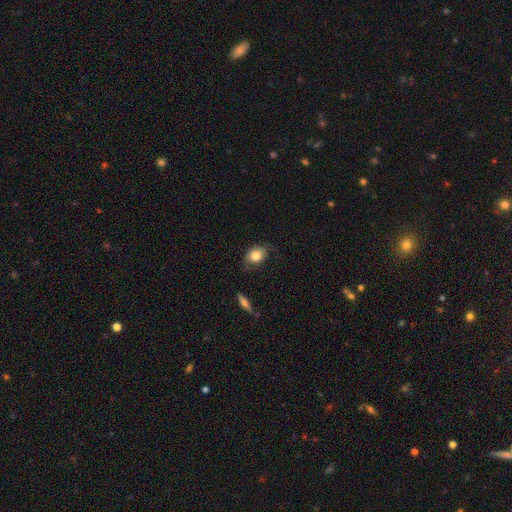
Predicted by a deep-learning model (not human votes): Q: Smooth or featured?
A: smooth (79%); runner-up: featured or disk (12%)
Q: How rounded?
A: in between (58%); runner-up: round (40%)
Q: Merging?
A: none (68%); runner-up: minor disturbance (24%)